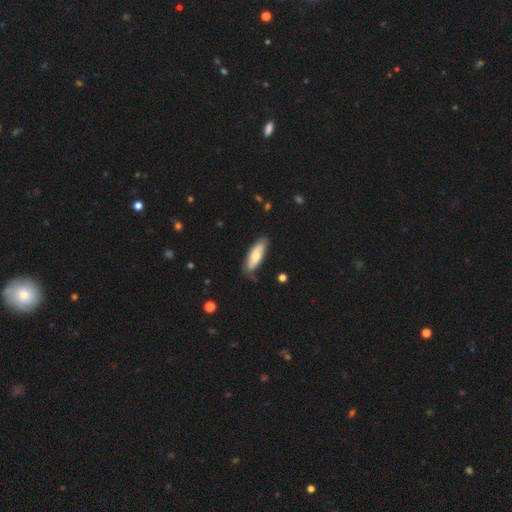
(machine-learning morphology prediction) A smooth galaxy with no disk features (68%) that is in between round and cigar-shaped (62%).

Vote fractions:
- Smooth or featured? smooth: 68% / featured or disk: 26% / star or artifact: 6%
- How rounded? in between: 62% / cigar-shaped: 36% / round: 2%
- Merging? none: 74% / minor disturbance: 20% / major disturbance: 4% / merger: 2%